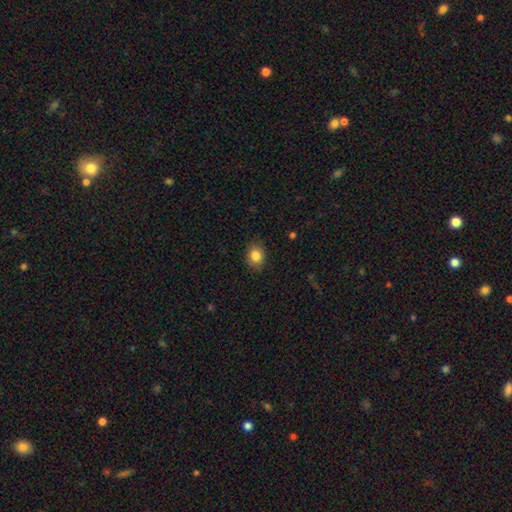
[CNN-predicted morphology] This is clearly a smooth galaxy (84%). How rounded: possibly in between (53%). Merging: clearly none (86%).